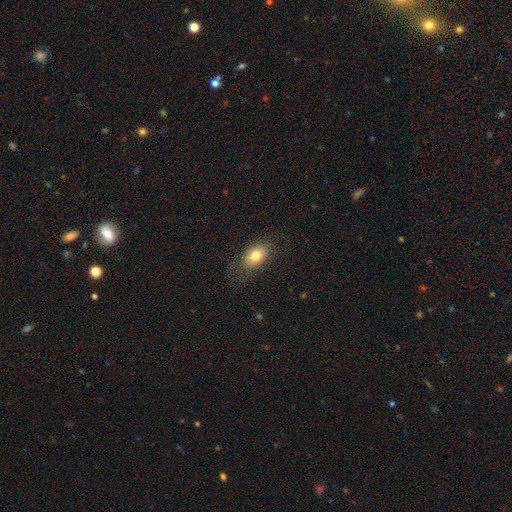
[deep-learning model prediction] smooth 77%, featured or disk 15%, star or artifact 8%. Down the decision tree: how rounded — in between (86%); merging — none (72%).